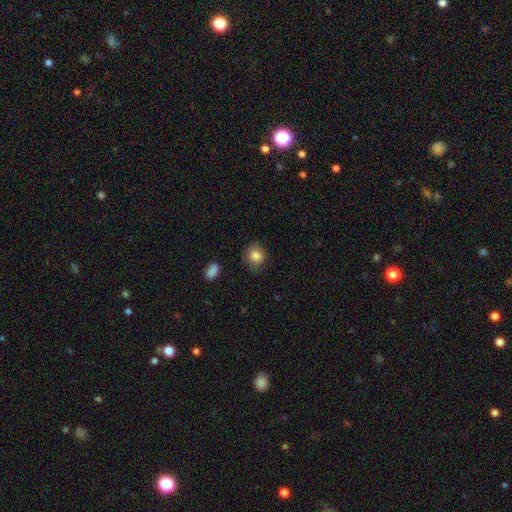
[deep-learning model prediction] smooth 85%, star or artifact 9%, featured or disk 6%. Down the decision tree: how rounded — round (69%); merging — none (77%).